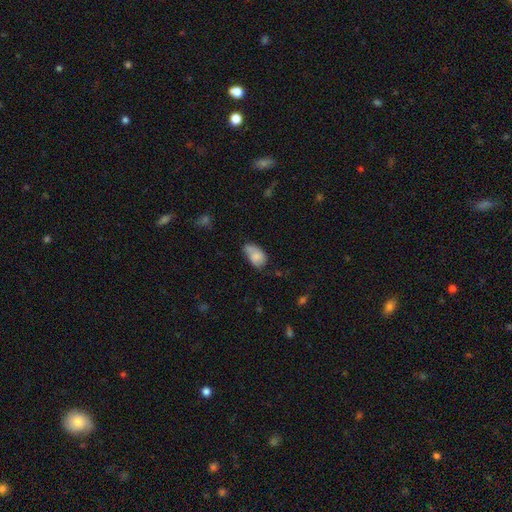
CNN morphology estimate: Smooth or featured: smooth — 75% (featured or disk — 17%)
How rounded: in between — 89% (round — 9%)
Merging: minor disturbance — 40% (none — 37%)